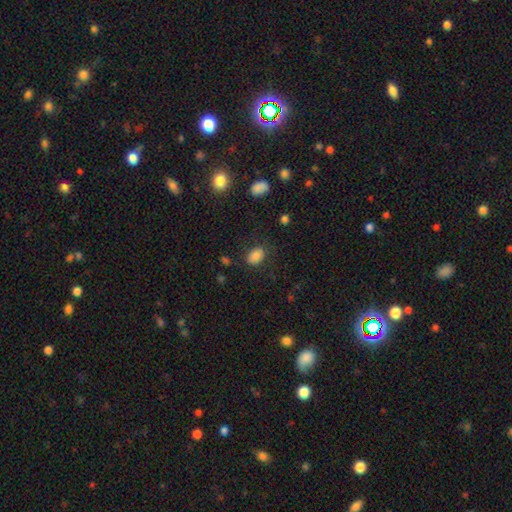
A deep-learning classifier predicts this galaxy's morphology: type=smooth (83%); roundness=in between (77%); merging=none (77%).